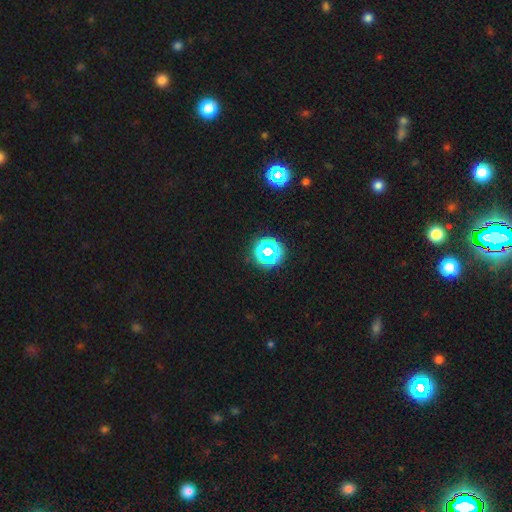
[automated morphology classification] Smooth or featured: star or artifact — 66% (smooth — 27%)